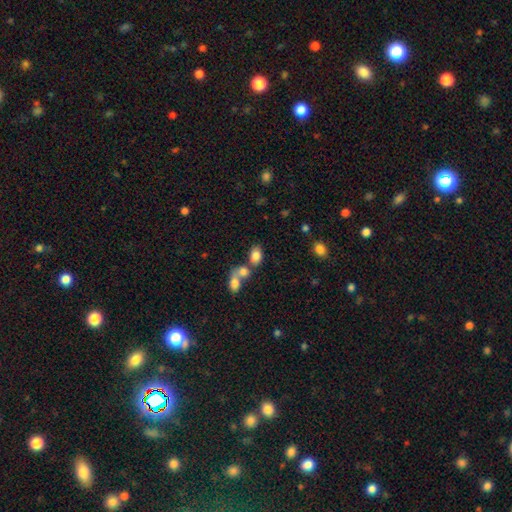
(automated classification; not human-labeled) This is clearly a smooth galaxy (82%). How rounded: clearly in between (83%). Merging: possibly none (48%).